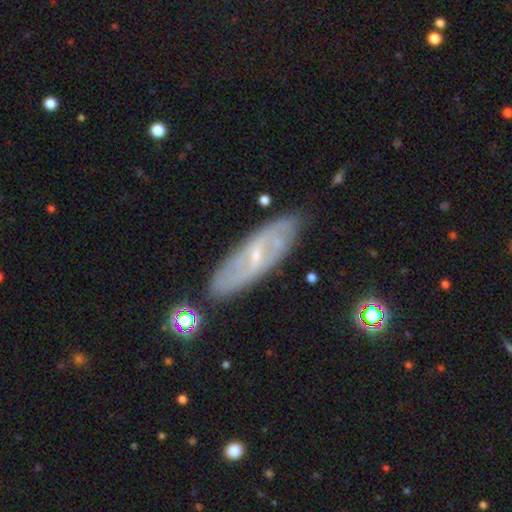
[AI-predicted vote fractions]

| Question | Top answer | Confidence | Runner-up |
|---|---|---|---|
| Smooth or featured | featured or disk | 75% | smooth (18%) |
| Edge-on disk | no | 80% | yes (20%) |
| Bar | weak | 47% | strong (30%) |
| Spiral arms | yes | 82% | no (18%) |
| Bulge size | small | 78% | moderate (16%) |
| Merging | none | 82% | minor disturbance (13%) |